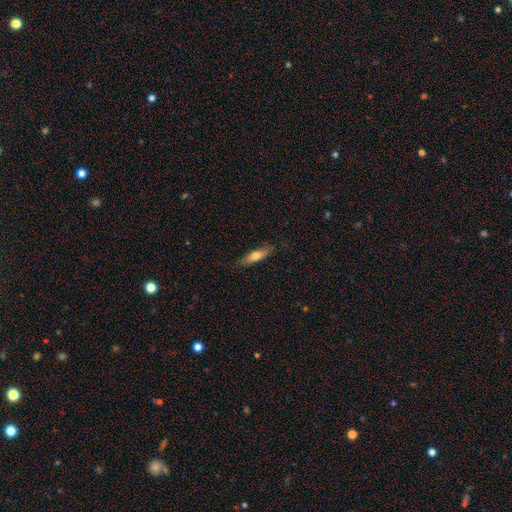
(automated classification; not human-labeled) Overall: smooth (65%; featured or disk 29%). How rounded: cigar-shaped (65%; in between 33%). Merging: none (82%).